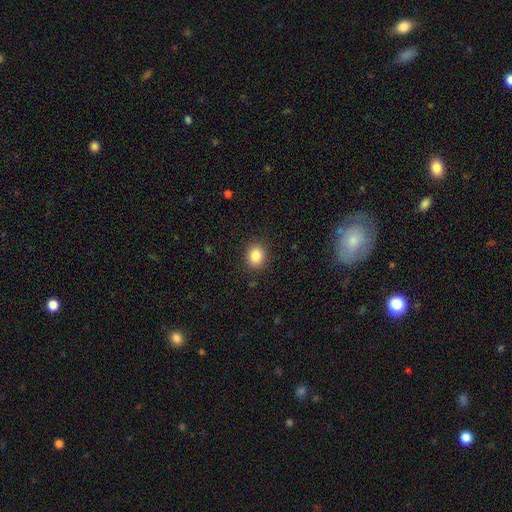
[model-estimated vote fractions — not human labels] Overall: smooth (85%). How rounded: round (62%; in between 37%). Merging: none (89%).